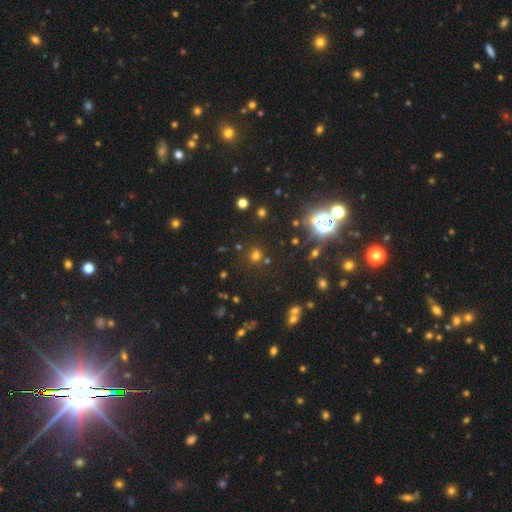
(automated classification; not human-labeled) Smooth or featured?
  - smooth: 58% *
  - star or artifact: 34%
  - featured or disk: 8%
How rounded?
  - round: 90% *
  - in between: 9%
  - cigar-shaped: 1%
Merging?
  - none: 79% *
  - minor disturbance: 9%
  - merger: 8%
  - major disturbance: 4%